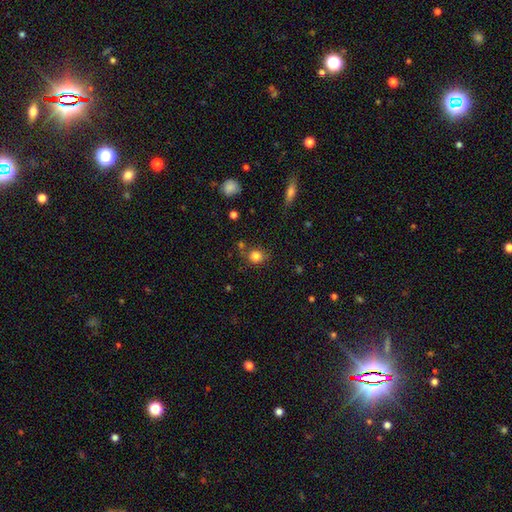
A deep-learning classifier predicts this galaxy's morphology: type=smooth (82%); roundness=round (77%); merging=none (75%).